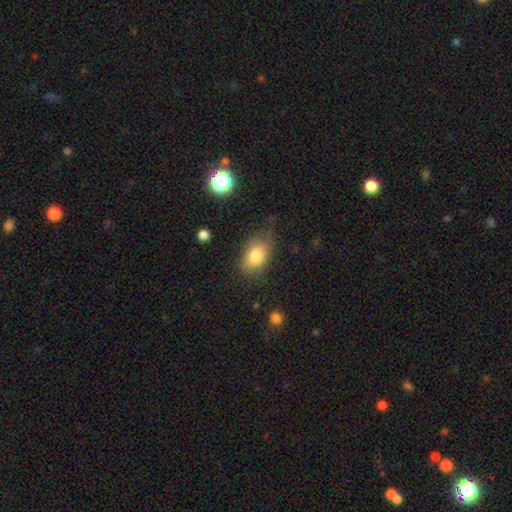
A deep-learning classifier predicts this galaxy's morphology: Q: Smooth or featured?
A: smooth (80%); runner-up: featured or disk (12%)
Q: How rounded?
A: in between (89%); runner-up: round (10%)
Q: Merging?
A: none (63%); runner-up: minor disturbance (25%)